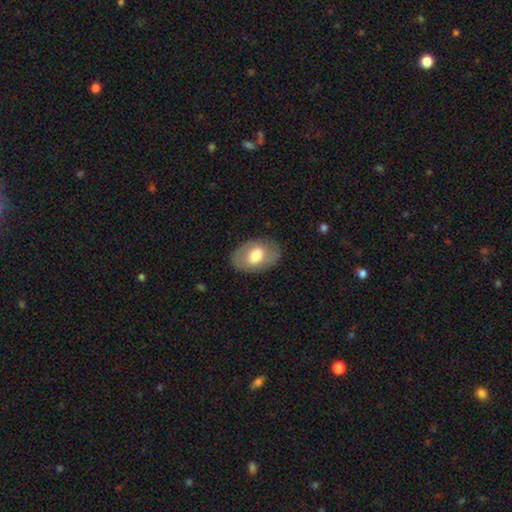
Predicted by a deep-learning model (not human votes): A smooth galaxy with no disk features (61%) that is in between round and cigar-shaped (85%). Merging: none (82%).